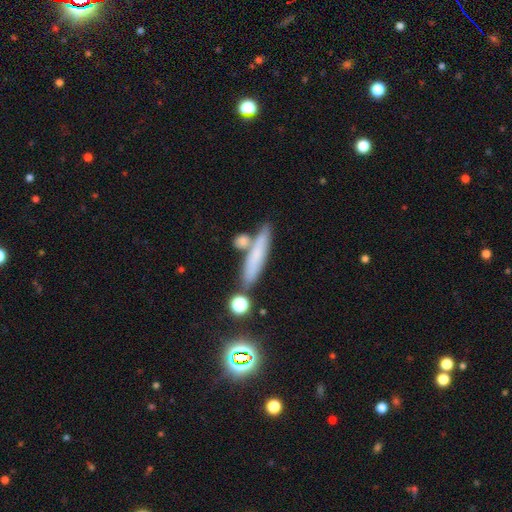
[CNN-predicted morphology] Smooth or featured: smooth — 62% (featured or disk — 24%)
How rounded: cigar-shaped — 81% (in between — 15%)
Merging: none — 66% (merger — 17%)